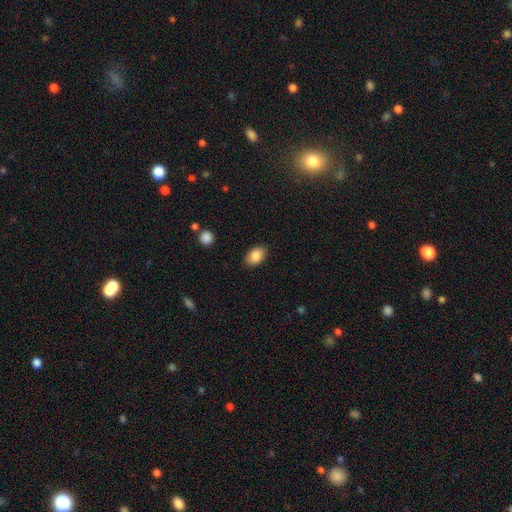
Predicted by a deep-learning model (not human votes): Overall: smooth (87%). How rounded: in between (86%). Merging: none (87%).